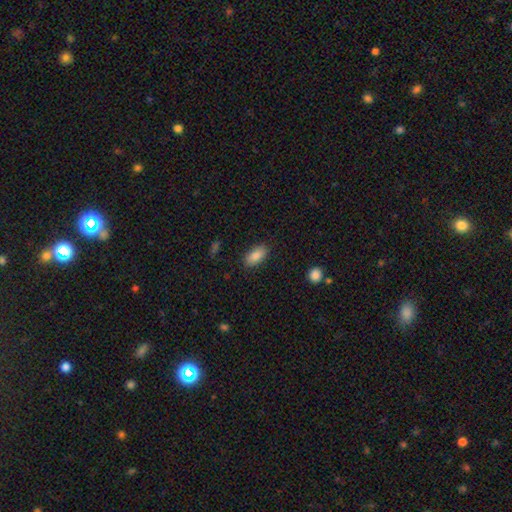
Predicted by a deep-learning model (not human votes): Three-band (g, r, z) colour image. It shows a smooth galaxy with no disk features (87%) that is in between round and cigar-shaped (90%). Merging: none (87%).